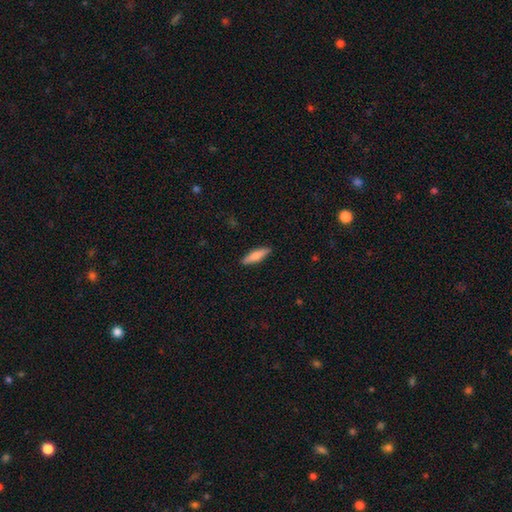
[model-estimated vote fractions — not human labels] Smooth or featured: smooth — 73% (featured or disk — 21%)
How rounded: cigar-shaped — 67% (in between — 31%)
Merging: none — 89% (minor disturbance — 8%)